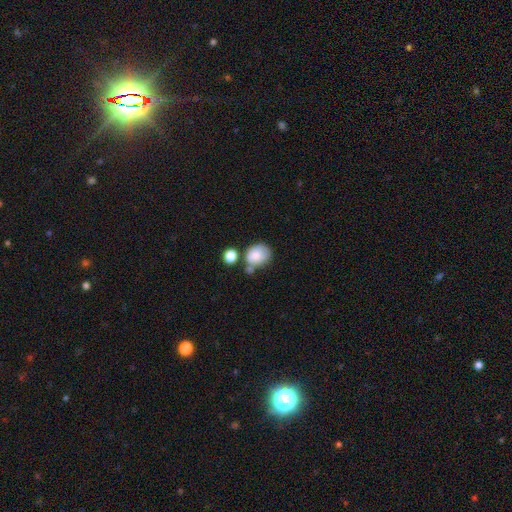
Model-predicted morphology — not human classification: A smooth galaxy with no disk features (78%) that is round (57%).

Vote fractions:
- Smooth or featured? smooth: 78% / featured or disk: 13% / star or artifact: 8%
- How rounded? round: 57% / in between: 42% / cigar-shaped: 1%
- Merging? none: 49% / merger: 23% / minor disturbance: 21% / major disturbance: 7%